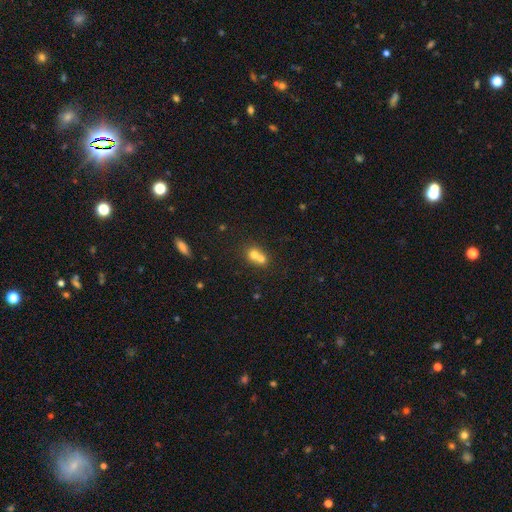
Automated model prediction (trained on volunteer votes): Overall: smooth (70%). How rounded: round (75%). Merging: merger (65%; none 28%).